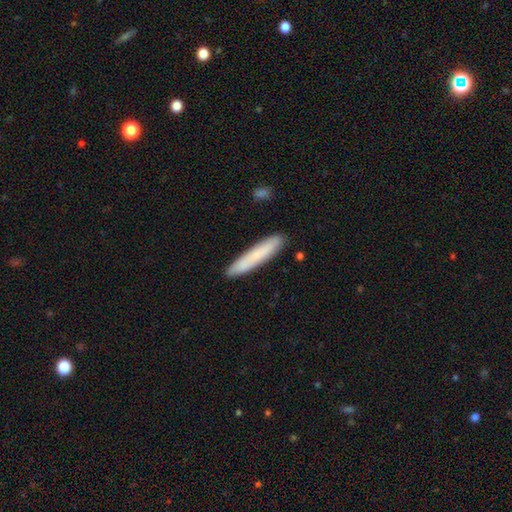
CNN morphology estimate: Smooth or featured? Predicted: smooth (p=0.74). How rounded? Predicted: cigar-shaped (p=0.92). Merging? Predicted: none (p=0.89).